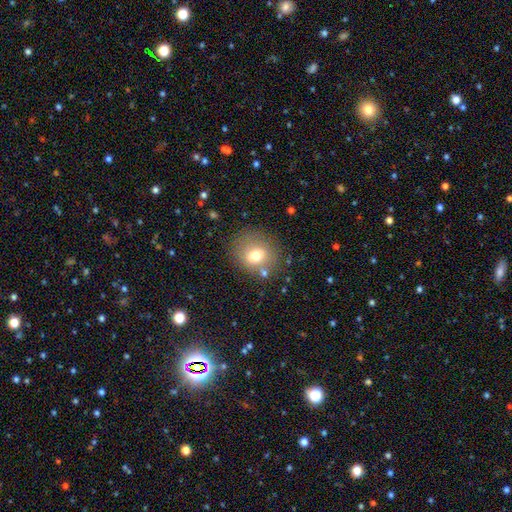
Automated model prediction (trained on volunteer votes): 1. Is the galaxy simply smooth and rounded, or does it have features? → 70% smooth, 18% featured or disk, 12% star or artifact.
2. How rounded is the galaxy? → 76% round, 23% in between, 1% cigar-shaped.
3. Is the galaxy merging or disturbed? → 75% none, 14% minor disturbance, 6% merger, 6% major disturbance.